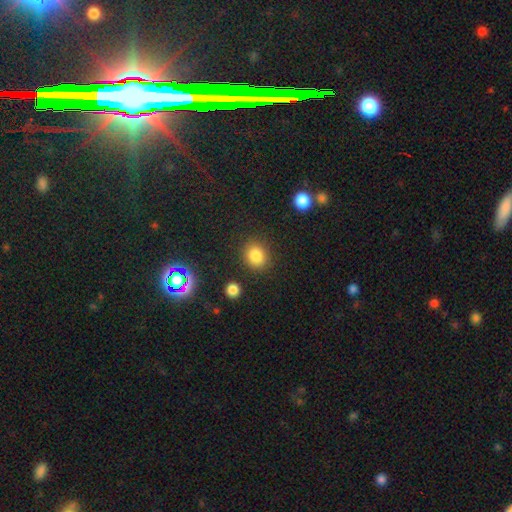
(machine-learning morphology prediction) smooth 83%, star or artifact 12%, featured or disk 5%. Down the decision tree: how rounded — round (72%); merging — none (86%).